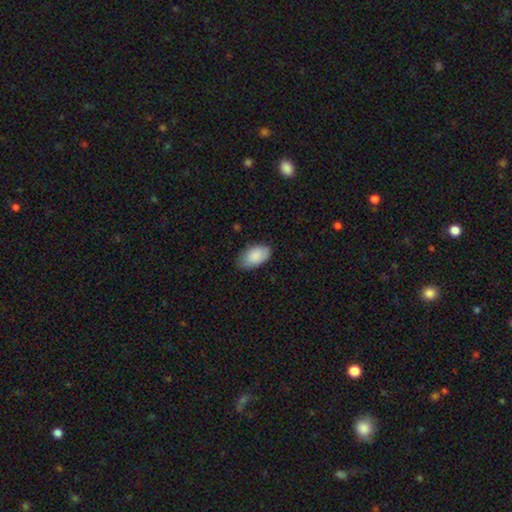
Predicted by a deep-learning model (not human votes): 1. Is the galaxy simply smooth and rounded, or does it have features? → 89% smooth, 6% star or artifact, 5% featured or disk.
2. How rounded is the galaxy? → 95% in between, 4% round, 1% cigar-shaped.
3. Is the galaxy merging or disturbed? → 75% none, 21% minor disturbance, 3% major disturbance, 1% merger.